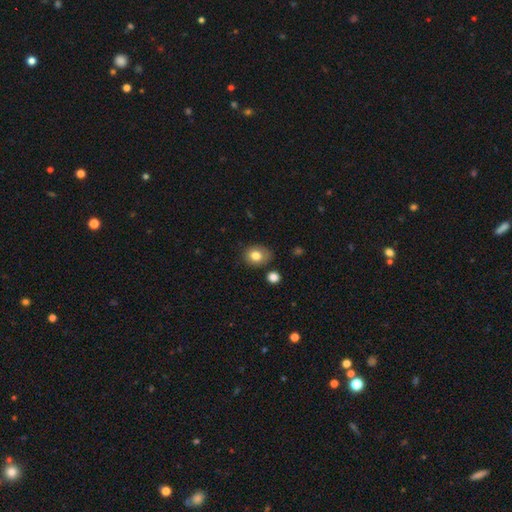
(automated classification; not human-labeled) Overall: smooth (80%). How rounded: round (52%; in between 47%). Merging: none (75%).